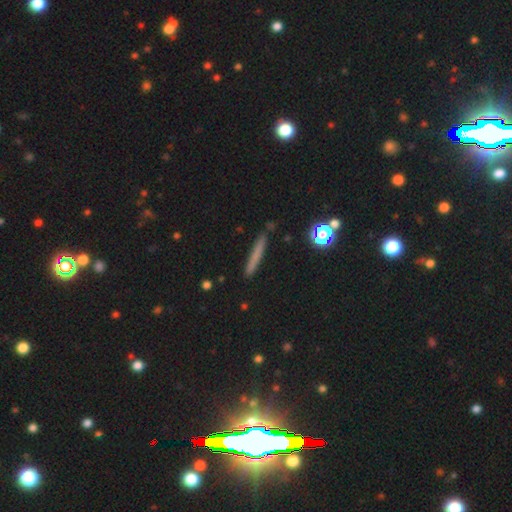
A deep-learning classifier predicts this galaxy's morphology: smooth 66%, featured or disk 23%, star or artifact 11%. Down the decision tree: how rounded — cigar-shaped (95%); merging — none (87%).